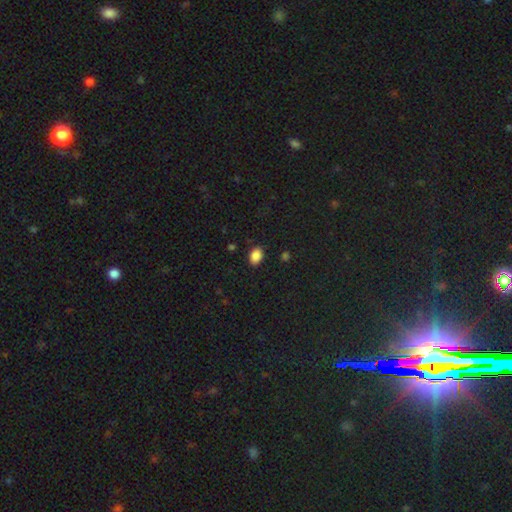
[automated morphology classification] This appears to be a smooth galaxy with no disk features (87%) that is in between round and cigar-shaped (80%). Merging: none (85%).